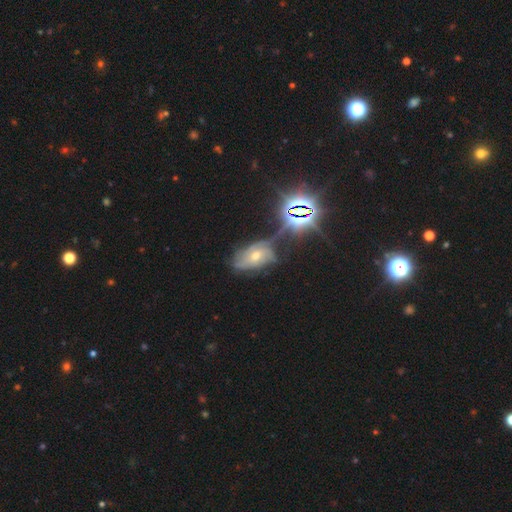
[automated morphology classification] smooth_or_featured: featured or disk (p=0.45) [alt: star or artifact p=0.40]
merging: none (p=0.59) [alt: minor disturbance p=0.24]